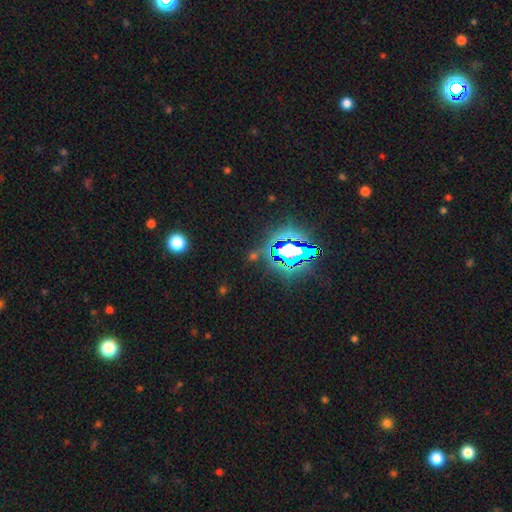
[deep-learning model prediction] Smooth or featured? star or artifact (77%)